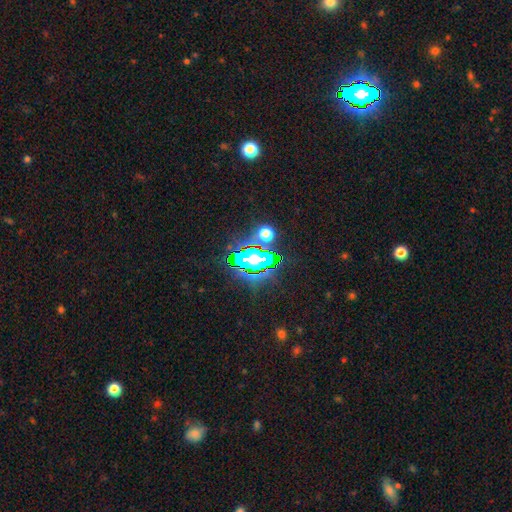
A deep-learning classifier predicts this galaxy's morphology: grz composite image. It shows a star or artifact, not a galaxy (82%).